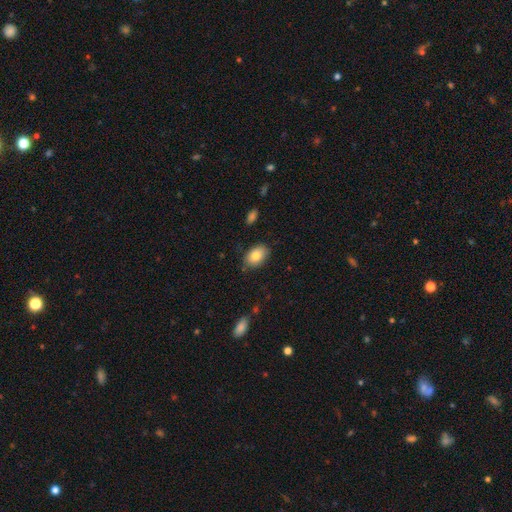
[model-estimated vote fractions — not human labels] A smooth galaxy with no disk features (81%) that is in between round and cigar-shaped (87%).

Vote fractions:
- Smooth or featured? smooth: 81% / featured or disk: 11% / star or artifact: 7%
- How rounded? in between: 87% / round: 12% / cigar-shaped: 1%
- Merging? none: 77% / minor disturbance: 18% / major disturbance: 3% / merger: 2%